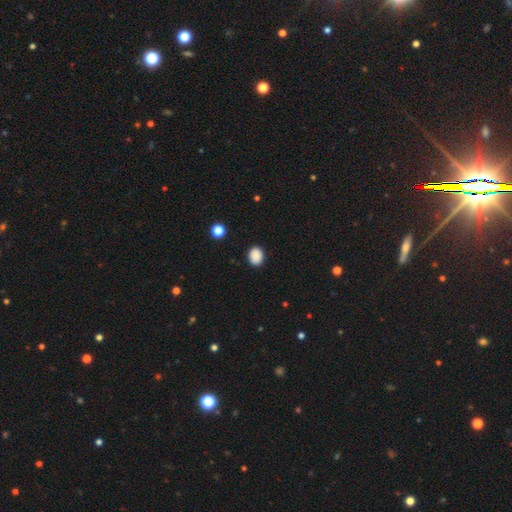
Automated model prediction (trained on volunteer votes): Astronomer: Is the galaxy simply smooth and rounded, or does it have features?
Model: smooth — 88%.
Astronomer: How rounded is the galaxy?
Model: in between — 54% (runner-up: round, 45%).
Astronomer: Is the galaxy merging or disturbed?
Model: none — 90%.